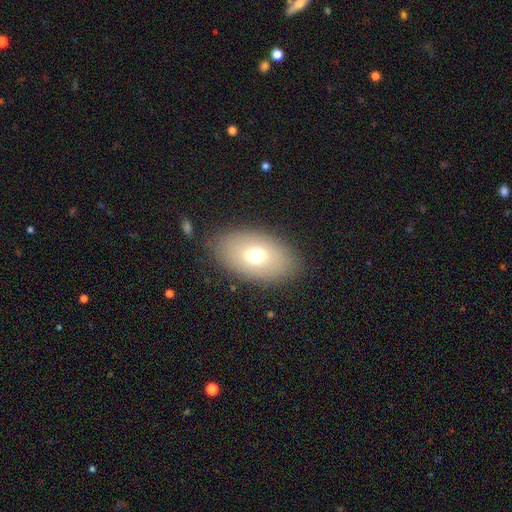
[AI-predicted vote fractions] Q: Smooth or featured?
A: smooth (67%); runner-up: featured or disk (24%)
Q: How rounded?
A: in between (89%); runner-up: round (9%)
Q: Merging?
A: none (84%); runner-up: minor disturbance (10%)